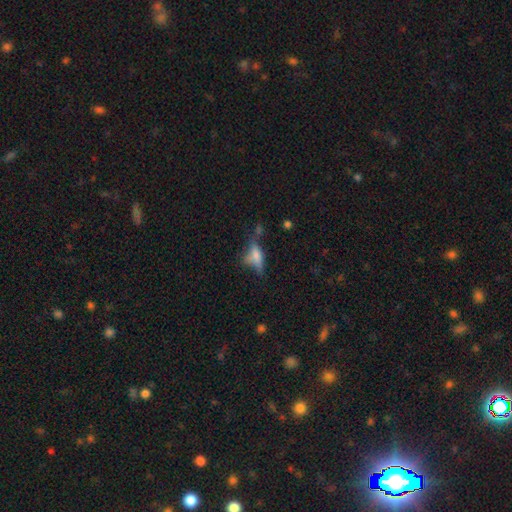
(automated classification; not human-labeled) Smooth or featured? Predicted: smooth (p=0.52). How rounded? Predicted: in between (p=0.60). Merging? Predicted: none (p=0.45).